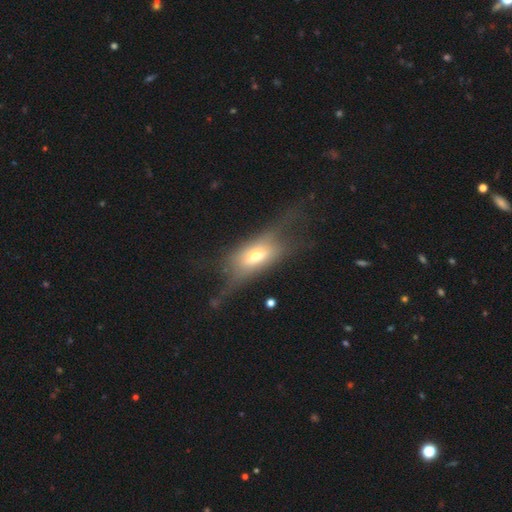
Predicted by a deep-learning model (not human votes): Q: Smooth or featured?
A: featured or disk (46%); runner-up: smooth (44%)
Q: Merging?
A: none (40%); runner-up: major disturbance (34%)